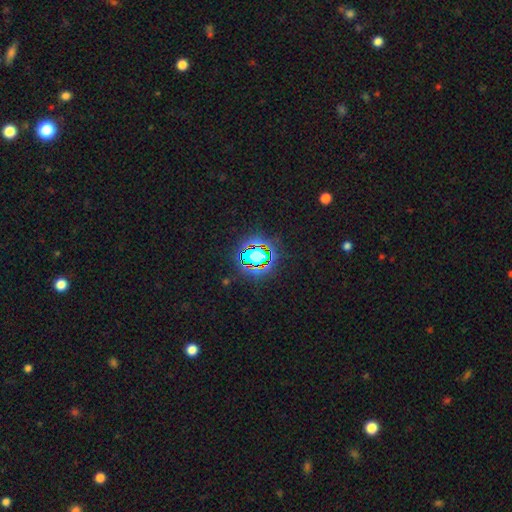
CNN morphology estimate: This appears to be a star or artifact, not a galaxy (73%).